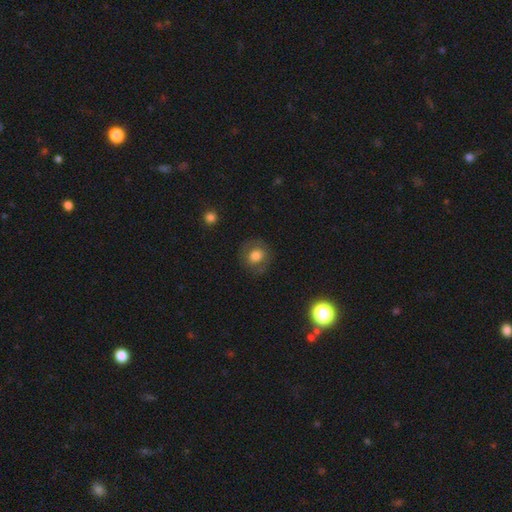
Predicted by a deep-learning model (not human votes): A smooth galaxy with no disk features (70%) that is round (77%). Merging: none (78%).